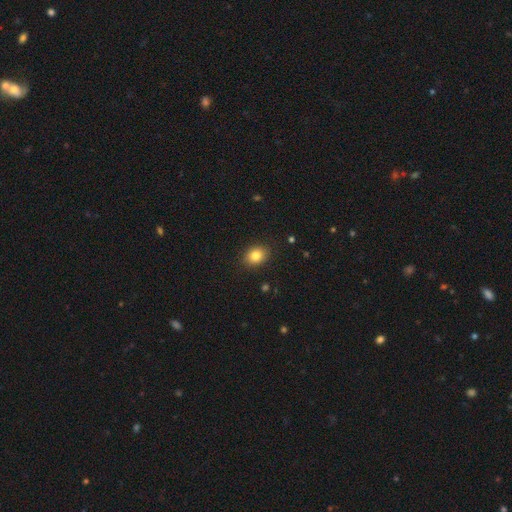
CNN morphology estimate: A smooth galaxy with no disk features (83%) that is in between round and cigar-shaped (51%). Merging: none (88%).